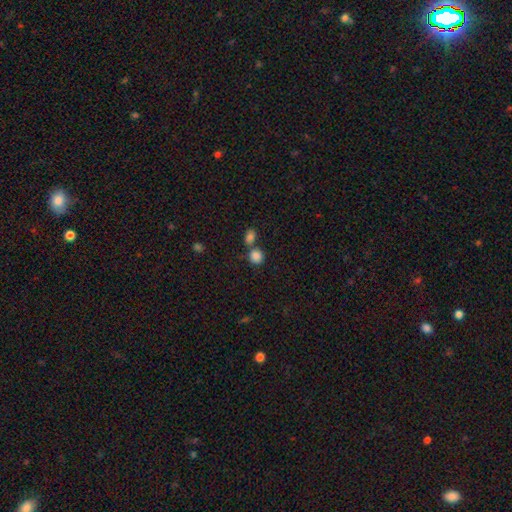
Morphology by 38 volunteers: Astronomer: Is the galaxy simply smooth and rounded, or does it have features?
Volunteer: smooth — 92%.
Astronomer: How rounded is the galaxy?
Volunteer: round — 74%.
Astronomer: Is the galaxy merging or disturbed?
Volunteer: none — 62%.